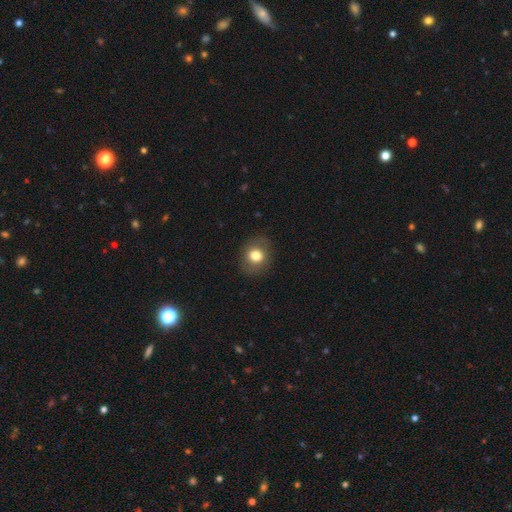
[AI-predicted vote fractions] Q: Smooth or featured?
A: smooth (77%); runner-up: featured or disk (14%)
Q: How rounded?
A: round (67%); runner-up: in between (32%)
Q: Merging?
A: none (86%); runner-up: minor disturbance (9%)